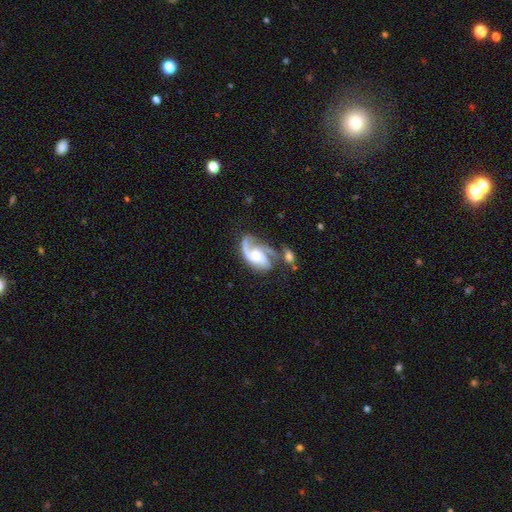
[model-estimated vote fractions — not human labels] smooth_or_featured: featured or disk (p=0.87) [alt: smooth p=0.08]
disk_edge_on: no (p=0.98) [alt: yes p=0.02]
bar: no (p=0.55) [alt: weak p=0.35]
has_spiral_arms: yes (p=0.97) [alt: no p=0.03]
spiral_winding: medium (p=0.50) [alt: loose p=0.27]
spiral_arm_count: 2 (p=0.56) [alt: 3 p=0.19]
bulge_size: moderate (p=0.42) [alt: small p=0.26]
merging: none (p=0.36) [alt: major disturbance p=0.23]